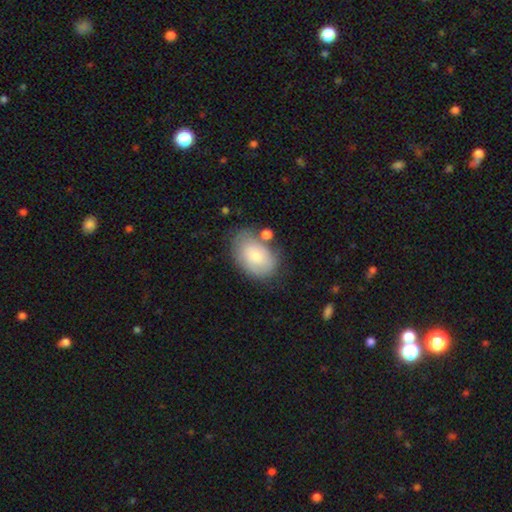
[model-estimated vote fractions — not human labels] Smooth or featured: smooth — 71% (featured or disk — 22%)
How rounded: in between — 85% (round — 14%)
Merging: none — 61% (minor disturbance — 23%)